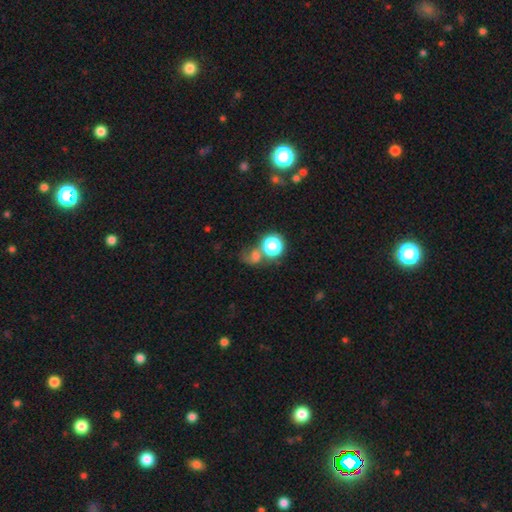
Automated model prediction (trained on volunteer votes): A smooth galaxy with no disk features (60%) that is round (70%).

Vote fractions:
- Smooth or featured? smooth: 60% / star or artifact: 23% / featured or disk: 17%
- How rounded? round: 70% / in between: 28% / cigar-shaped: 1%
- Merging? merger: 37% / none: 36% / major disturbance: 15% / minor disturbance: 13%